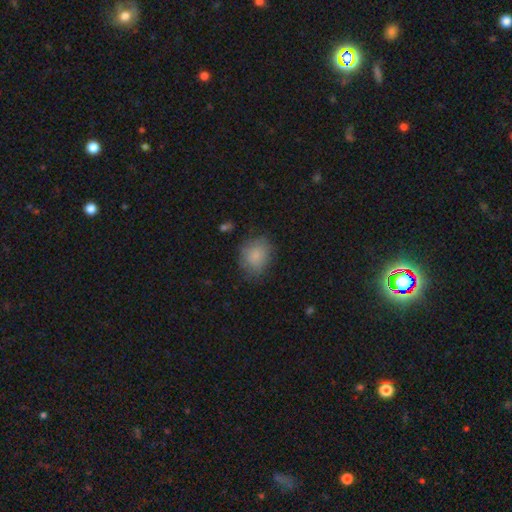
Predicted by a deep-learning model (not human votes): smooth-or-featured: smooth: 84% | star or artifact: 8% | featured or disk: 8%
  how-rounded: round: 52% | in between: 47% | cigar-shaped: 1%
  merging: none: 71% | minor disturbance: 21% | major disturbance: 6% | merger: 2%